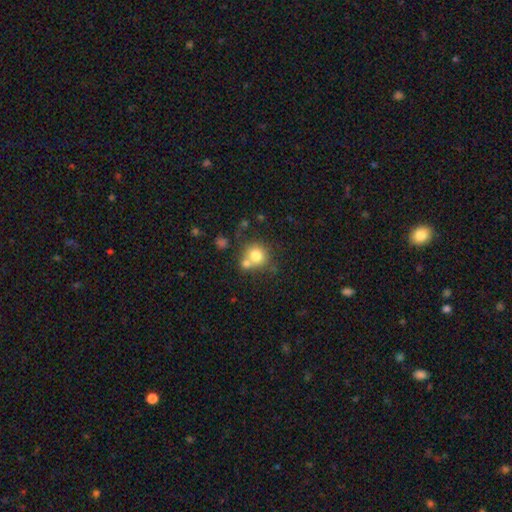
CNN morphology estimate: Smooth or featured? smooth (76%)
How rounded? round (86%)
Merging? none (49%)